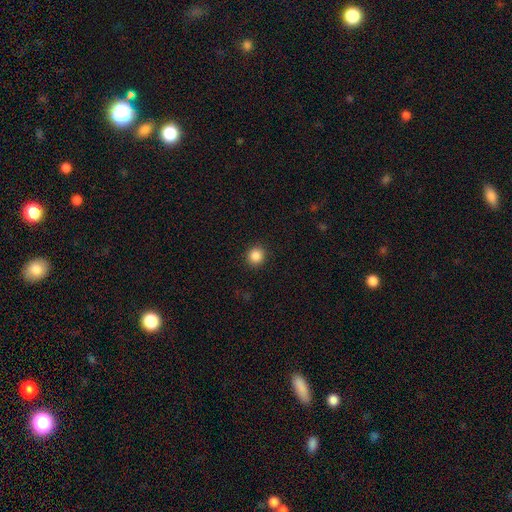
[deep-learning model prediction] Overall: smooth (87%). How rounded: round (91%). Merging: none (92%).